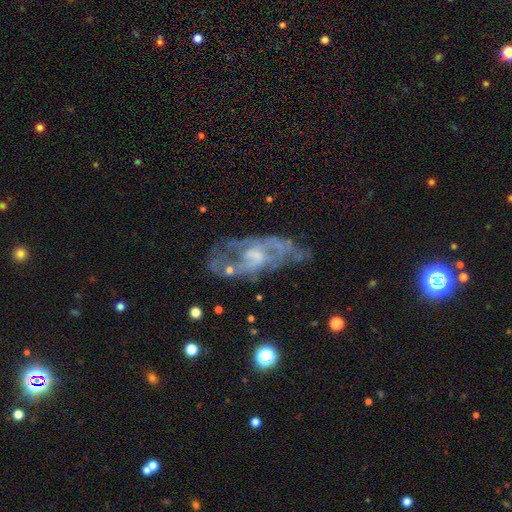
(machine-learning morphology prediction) type=featured or disk (79%); edge-on=no (93%); bar=no (49%); spiral arms=yes (72%); winding=medium (45%); arm count=2 (44%); bulge=small (39%); merging=none (51%).